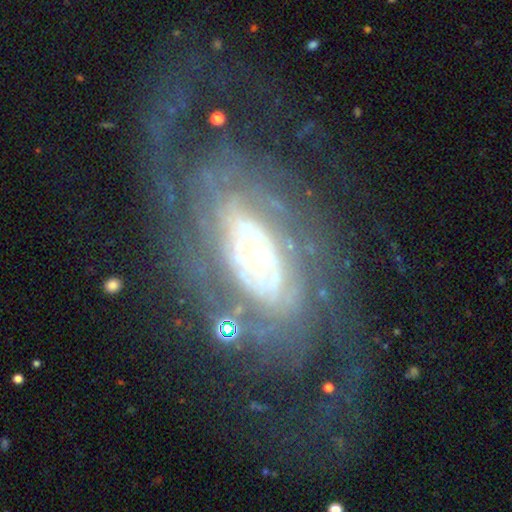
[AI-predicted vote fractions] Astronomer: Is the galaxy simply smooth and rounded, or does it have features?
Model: featured or disk — 84%.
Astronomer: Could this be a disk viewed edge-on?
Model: no — 94%.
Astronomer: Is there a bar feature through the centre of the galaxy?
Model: no — 66%.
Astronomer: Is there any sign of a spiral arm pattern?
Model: yes — 90%.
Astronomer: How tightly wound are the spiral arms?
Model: tight — 57%.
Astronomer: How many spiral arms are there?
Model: can't tell — 35% (runner-up: 2, 29%).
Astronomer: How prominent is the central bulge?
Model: small — 60%.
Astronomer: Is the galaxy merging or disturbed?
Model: none — 58%.